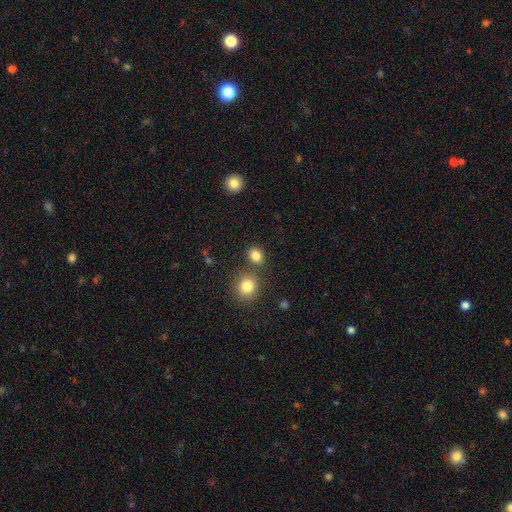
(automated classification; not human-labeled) Morphology: type=smooth (83%); roundness=round (60%); merging=none (73%).